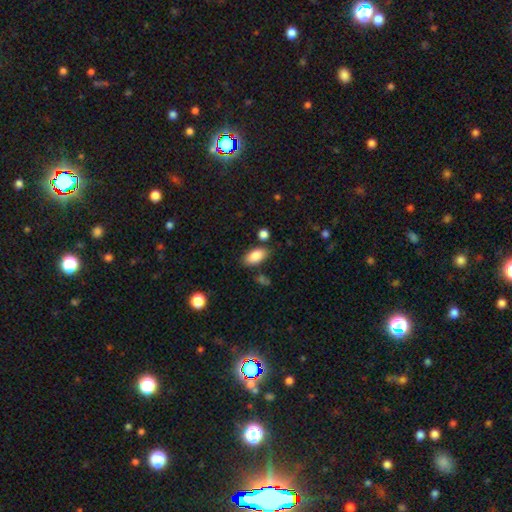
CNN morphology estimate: Smooth or featured? Predicted: smooth (p=0.86). How rounded? Predicted: in between (p=0.92). Merging? Predicted: none (p=0.79).